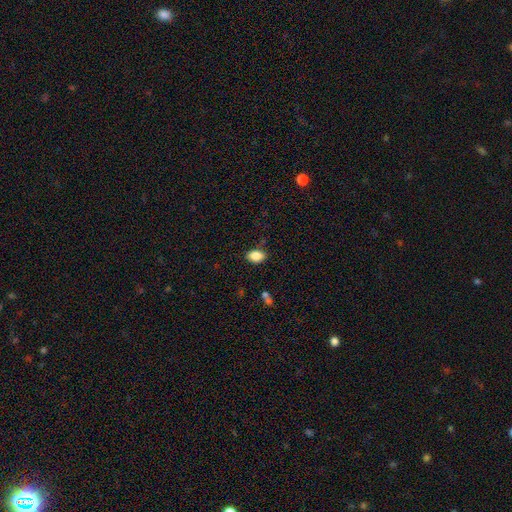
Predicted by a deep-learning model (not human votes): This appears to be a smooth galaxy with no disk features (87%) that is in between round and cigar-shaped (85%). Merging: none (84%).